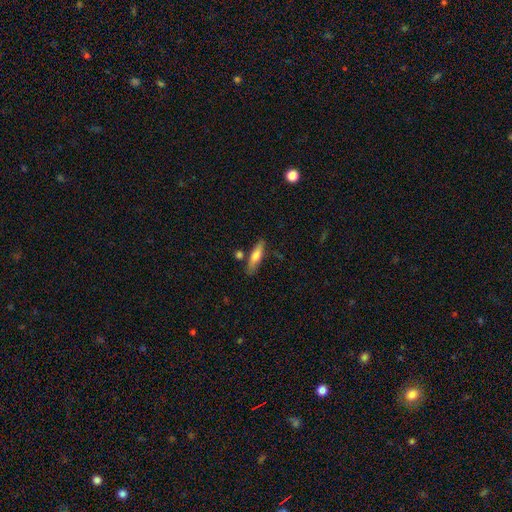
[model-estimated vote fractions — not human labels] A smooth galaxy with no disk features (63%) that is cigar-shaped (66%). Merging: none (74%).